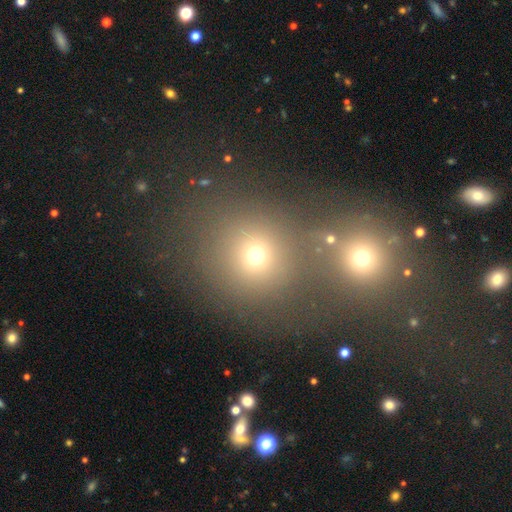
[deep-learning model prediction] A smooth galaxy with no disk features (67%) that is round (87%). Merging: none (57%).